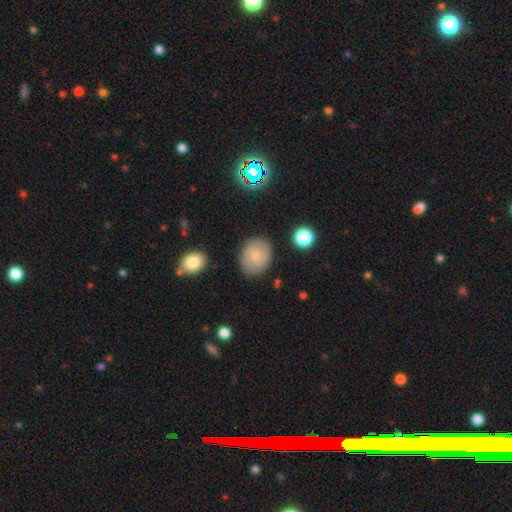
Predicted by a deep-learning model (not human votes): Smooth or featured: featured or disk — 53% (smooth — 39%)
Edge-on disk: no — 97% (yes — 3%)
Bar: no — 58% (weak — 38%)
Spiral arms: yes — 88% (no — 12%)
Bulge size: small — 67% (moderate — 24%)
Merging: none — 82% (minor disturbance — 12%)